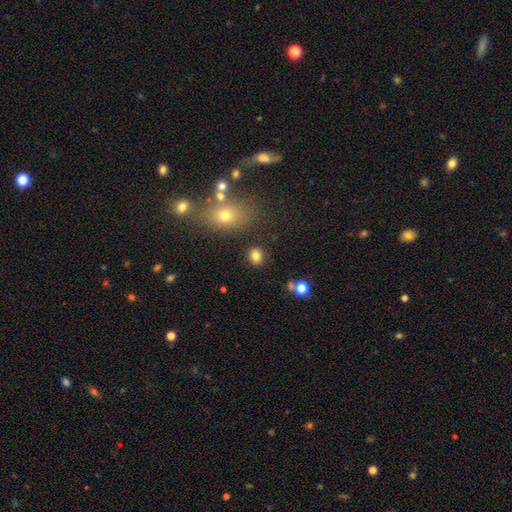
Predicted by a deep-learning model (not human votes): A smooth galaxy with no disk features (82%) that is round (53%). Merging: none (85%).